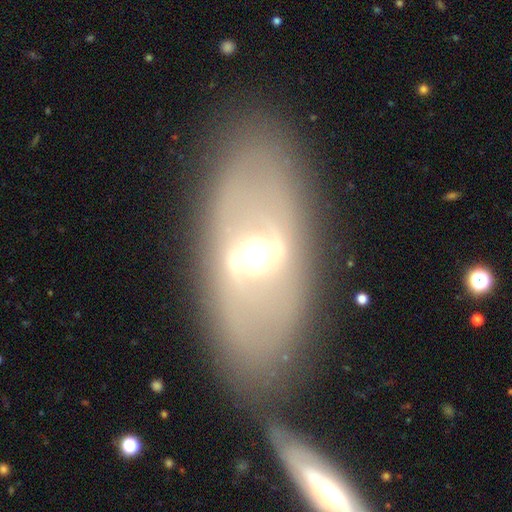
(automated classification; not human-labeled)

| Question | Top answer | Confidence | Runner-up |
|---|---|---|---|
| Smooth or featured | featured or disk | 75% | smooth (18%) |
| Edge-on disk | no | 84% | yes (16%) |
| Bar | strong | 45% | weak (34%) |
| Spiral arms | no | 60% | yes (40%) |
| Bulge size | moderate | 62% | large (20%) |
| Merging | none | 78% | minor disturbance (12%) |